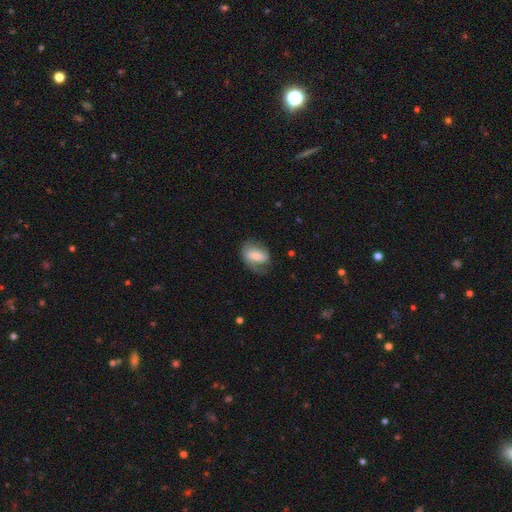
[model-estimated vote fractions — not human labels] Q: Smooth or featured?
A: smooth (48%); runner-up: featured or disk (45%)
Q: Merging?
A: none (51%); runner-up: minor disturbance (28%)